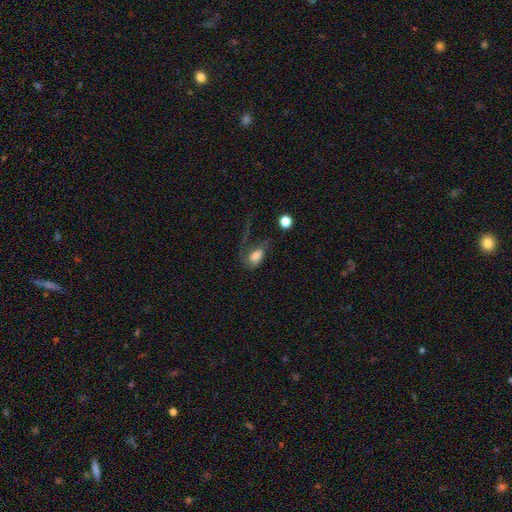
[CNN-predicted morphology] Smooth or featured?
  - smooth: 62% *
  - featured or disk: 28%
  - star or artifact: 10%
How rounded?
  - in between: 85% *
  - round: 13%
  - cigar-shaped: 3%
Merging?
  - major disturbance: 56% *
  - none: 23%
  - minor disturbance: 16%
  - merger: 6%